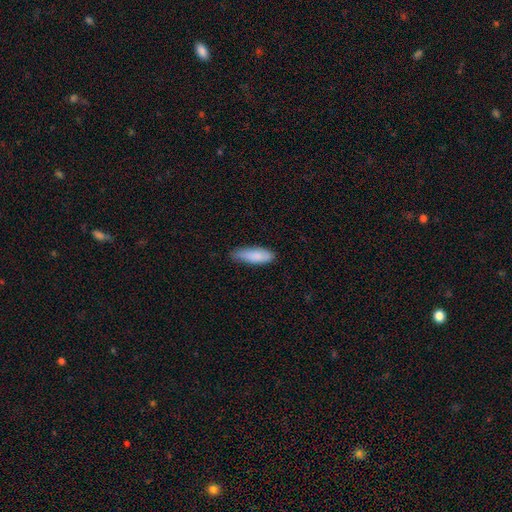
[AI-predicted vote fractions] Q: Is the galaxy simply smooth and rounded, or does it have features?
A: smooth — 86%.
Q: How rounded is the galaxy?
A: in between — 55%.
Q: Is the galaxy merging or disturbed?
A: none — 68%.